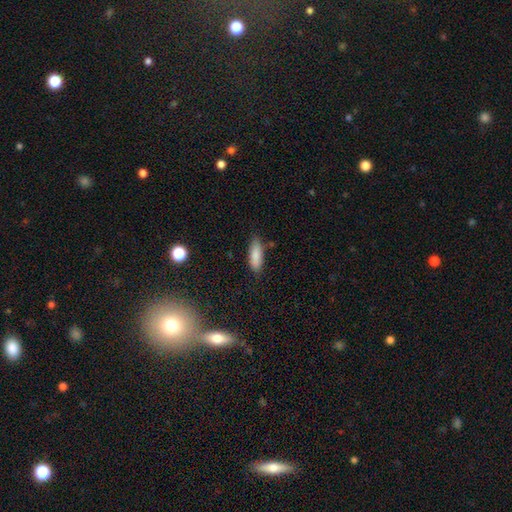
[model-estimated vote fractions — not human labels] Q: Smooth or featured?
A: smooth (86%); runner-up: star or artifact (7%)
Q: How rounded?
A: in between (61%); runner-up: cigar-shaped (37%)
Q: Merging?
A: none (80%); runner-up: minor disturbance (15%)